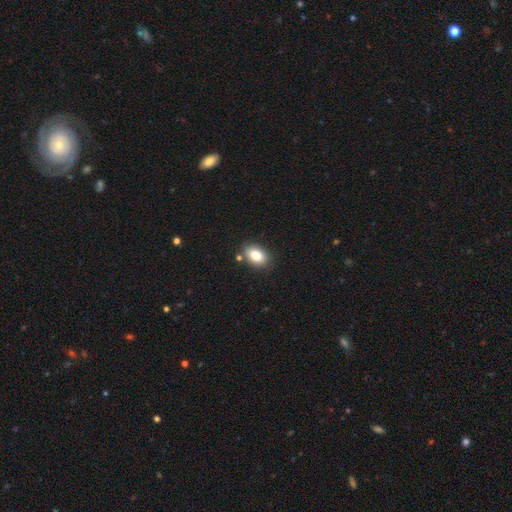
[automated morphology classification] Smooth or featured? Predicted: smooth (p=0.81). How rounded? Predicted: in between (p=0.84). Merging? Predicted: none (p=0.81).